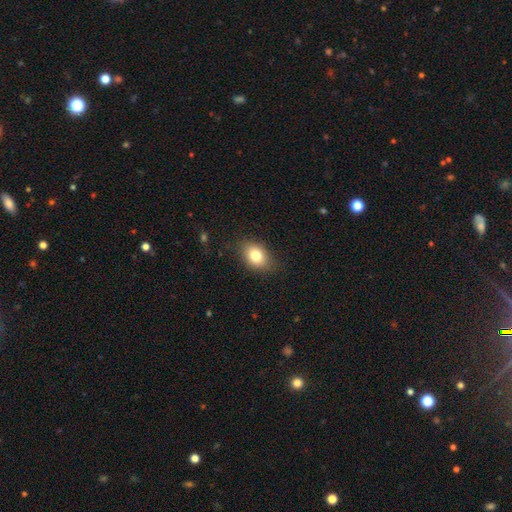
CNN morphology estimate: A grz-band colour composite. It shows a smooth galaxy with no disk features (81%) that is in between round and cigar-shaped (74%). Merging: none (82%).